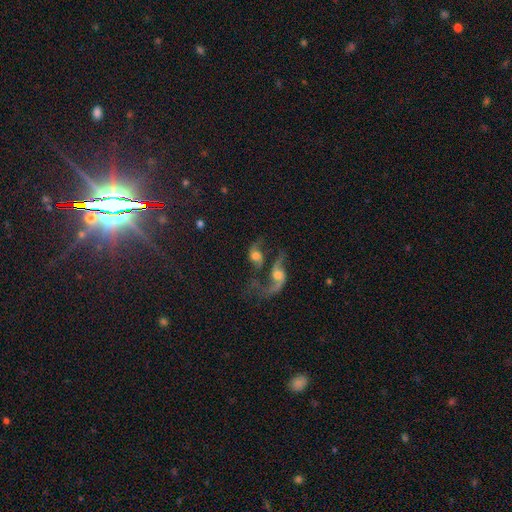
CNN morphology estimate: A featured or disk galaxy (60%) with no bar (67%), spiral arms (80%) and a moderate central bulge (48%).

Vote fractions:
- Smooth or featured? featured or disk: 60% / smooth: 29% / star or artifact: 11%
- Edge-on disk? no: 95% / yes: 5%
- Bar? no: 67% / weak: 27% / strong: 6%
- Spiral arms? yes: 80% / no: 20%
- Bulge size? moderate: 48% / large: 23% / small: 18% / none: 7% / dominant: 4%
- Merging? merger: 60% / none: 17% / major disturbance: 15% / minor disturbance: 8%